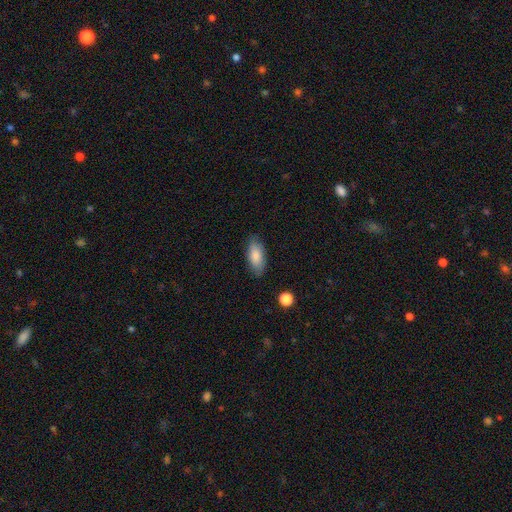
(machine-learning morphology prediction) A smooth galaxy with no disk features (84%) that is in between round and cigar-shaped (86%).

Vote fractions:
- Smooth or featured? smooth: 84% / featured or disk: 9% / star or artifact: 6%
- How rounded? in between: 86% / cigar-shaped: 11% / round: 2%
- Merging? none: 84% / minor disturbance: 12% / major disturbance: 3% / merger: 1%